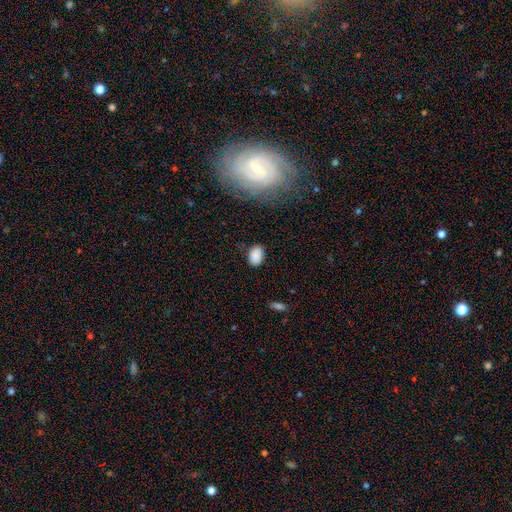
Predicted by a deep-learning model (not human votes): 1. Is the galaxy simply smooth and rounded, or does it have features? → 88% smooth, 8% star or artifact, 4% featured or disk.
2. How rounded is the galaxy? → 86% in between, 12% round, 1% cigar-shaped.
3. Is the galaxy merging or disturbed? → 80% none, 15% minor disturbance, 3% major disturbance, 2% merger.